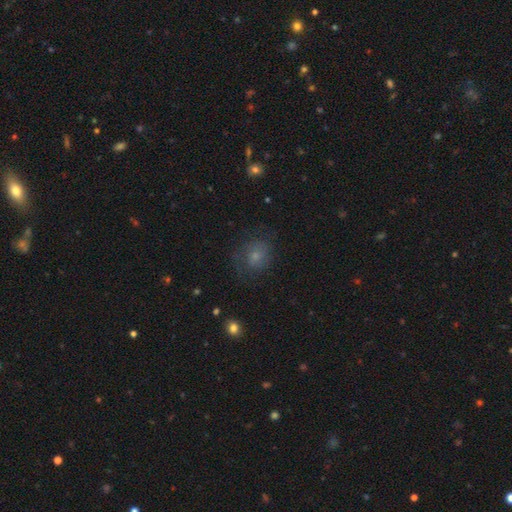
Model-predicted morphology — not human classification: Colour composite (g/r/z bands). It shows a smooth galaxy with no disk features (59%) that is round (72%). Merging: none (67%).